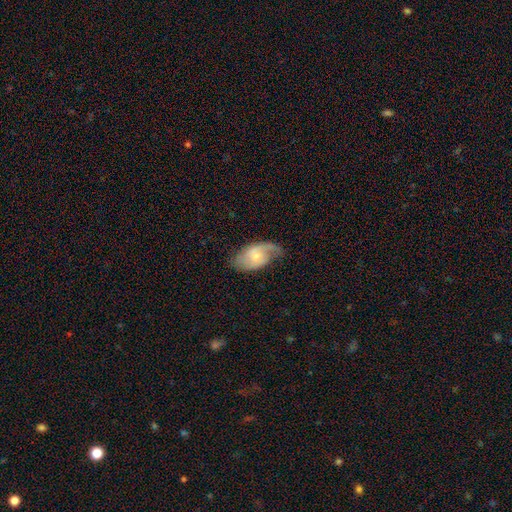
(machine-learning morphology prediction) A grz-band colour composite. It shows a featured or disk galaxy (63%) with no bar (63%), 2 (58%) medium (41%) spiral arms (88%) and a small central bulge (47%). Merging: none (60%).